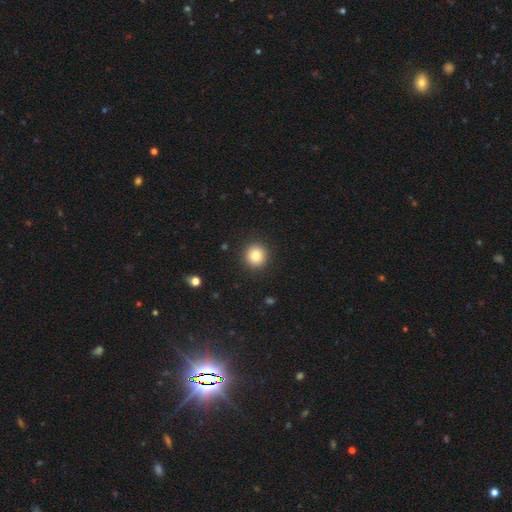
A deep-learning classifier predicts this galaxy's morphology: Smooth or featured? Predicted: smooth (p=0.82). How rounded? Predicted: round (p=0.92). Merging? Predicted: none (p=0.92).